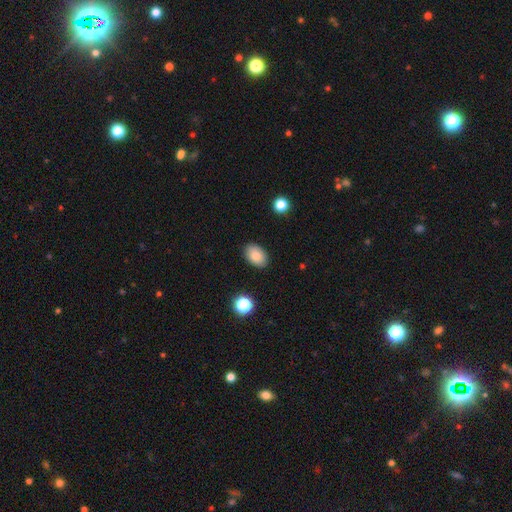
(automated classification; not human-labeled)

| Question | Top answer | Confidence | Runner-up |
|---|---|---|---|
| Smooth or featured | smooth | 86% | star or artifact (8%) |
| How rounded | in between | 87% | round (12%) |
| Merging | none | 87% | minor disturbance (9%) |